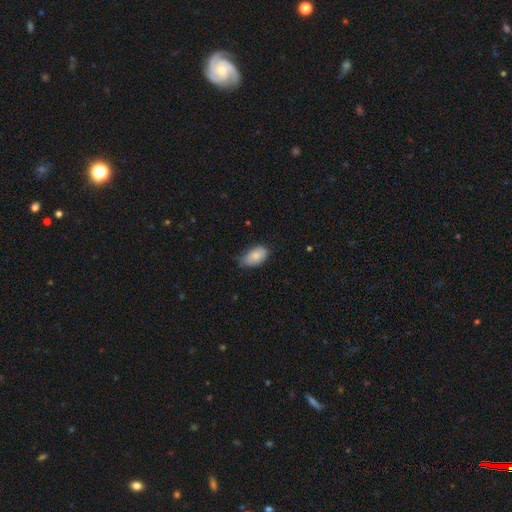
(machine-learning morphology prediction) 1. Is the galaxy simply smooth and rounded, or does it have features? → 84% smooth, 10% featured or disk, 7% star or artifact.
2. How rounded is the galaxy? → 94% in between, 4% round, 2% cigar-shaped.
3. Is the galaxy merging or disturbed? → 61% none, 33% minor disturbance, 5% major disturbance, 1% merger.